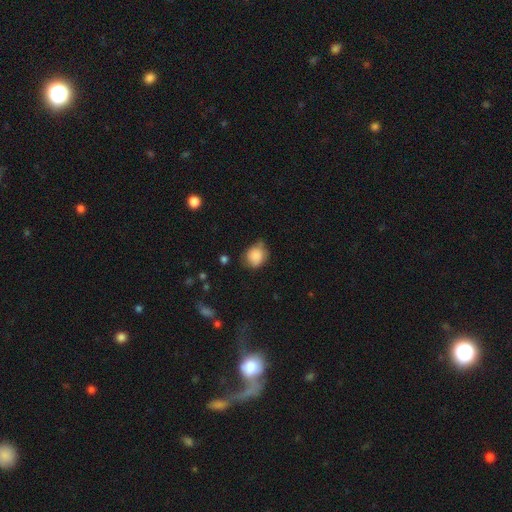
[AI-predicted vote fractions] A smooth galaxy with no disk features (83%) that is round (68%).

Vote fractions:
- Smooth or featured? smooth: 83% / featured or disk: 9% / star or artifact: 8%
- How rounded? round: 68% / in between: 31% / cigar-shaped: 1%
- Merging? none: 50% / minor disturbance: 38% / major disturbance: 9% / merger: 3%